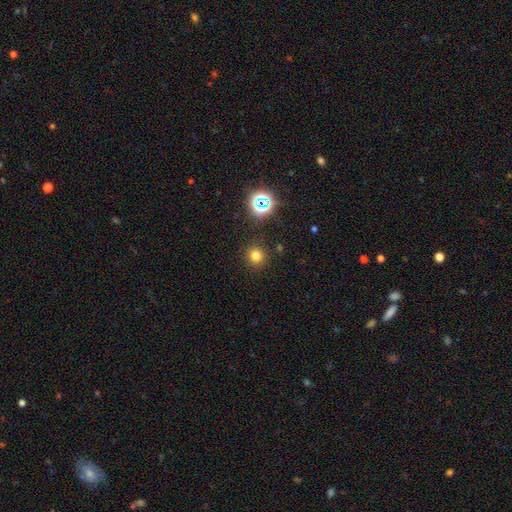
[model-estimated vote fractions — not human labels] Morphology: type=smooth (74%); roundness=round (91%); merging=none (89%).